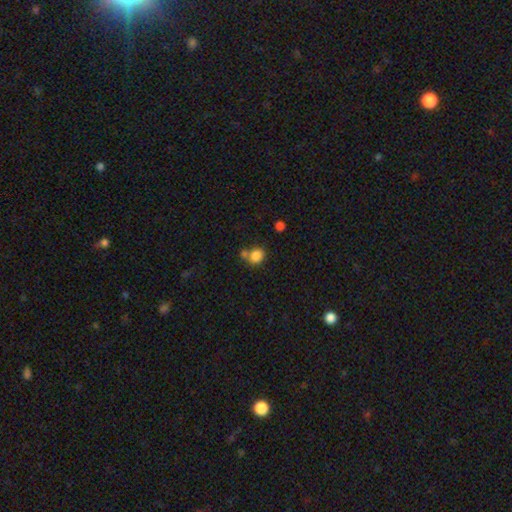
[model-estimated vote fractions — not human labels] This is clearly a smooth galaxy (83%). How rounded: likely round (71%). Merging: possibly none (54%).